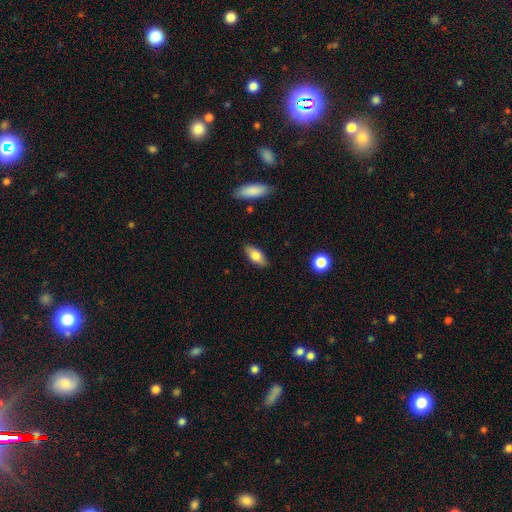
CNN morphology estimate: A smooth galaxy with no disk features (76%) that is in between round and cigar-shaped (85%). Merging: none (85%).